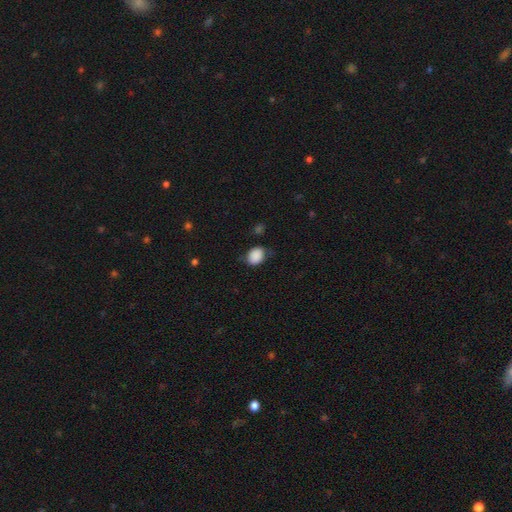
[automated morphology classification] This appears to be a smooth galaxy with no disk features (88%) that is in between round and cigar-shaped (59%). Merging: none (68%).